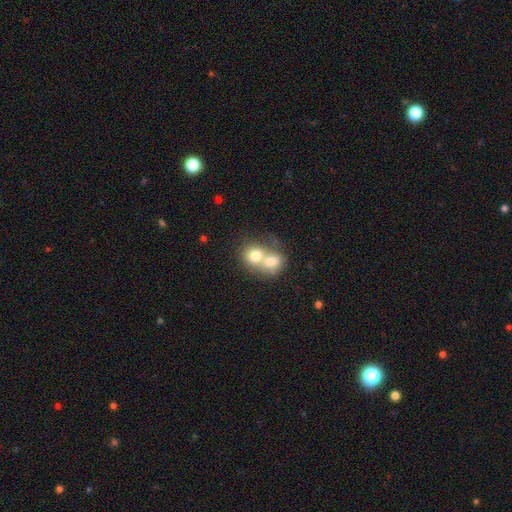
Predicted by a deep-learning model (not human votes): Smooth or featured? Predicted: smooth (p=0.71). How rounded? Predicted: round (p=0.67). Merging? Predicted: merger (p=0.75).